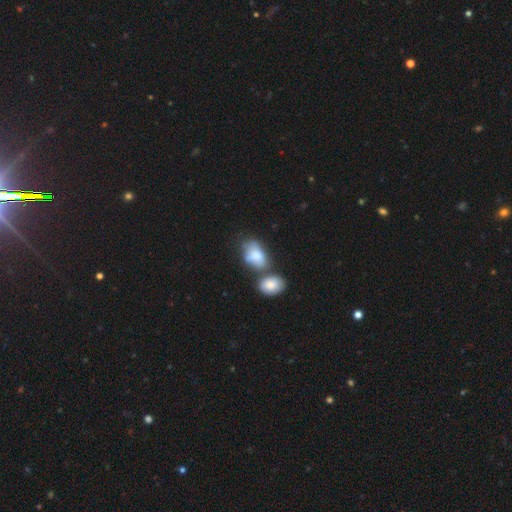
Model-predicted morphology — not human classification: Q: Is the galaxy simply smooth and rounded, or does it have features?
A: smooth — 76%.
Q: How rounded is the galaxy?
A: in between — 88%.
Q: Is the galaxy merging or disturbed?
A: merger — 39%.